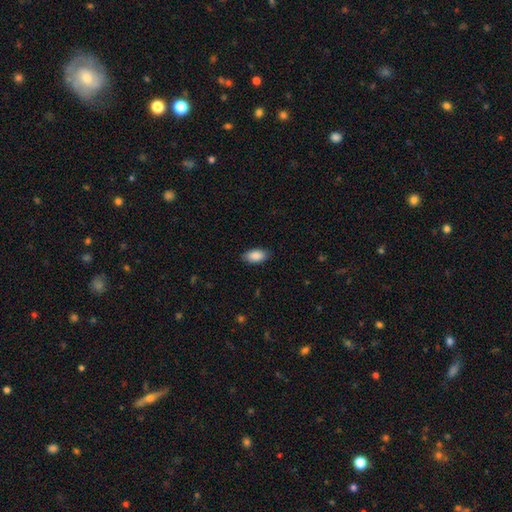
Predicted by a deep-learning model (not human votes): A smooth galaxy with no disk features (89%) that is in between round and cigar-shaped (93%).

Vote fractions:
- Smooth or featured? smooth: 89% / star or artifact: 6% / featured or disk: 4%
- How rounded? in between: 93% / cigar-shaped: 4% / round: 3%
- Merging? none: 87% / minor disturbance: 10% / major disturbance: 2% / merger: 1%